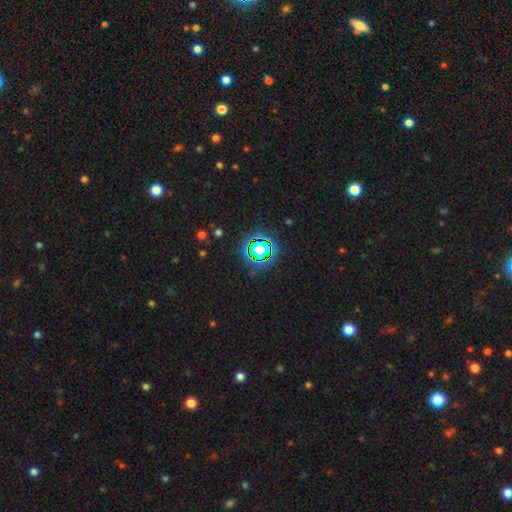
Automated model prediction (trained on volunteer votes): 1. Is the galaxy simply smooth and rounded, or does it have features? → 76% star or artifact, 16% smooth, 8% featured or disk.